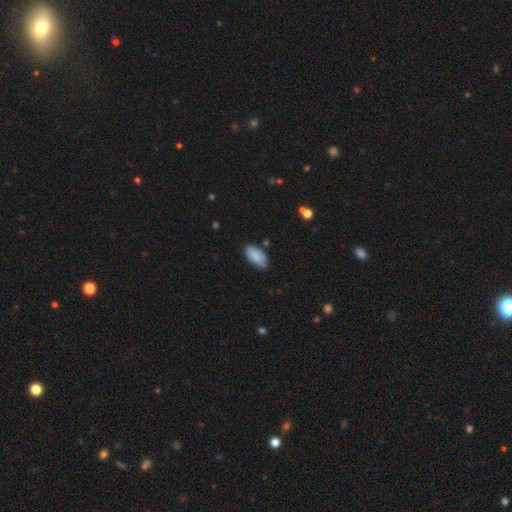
smooth-or-featured: smooth: 78% | featured or disk: 14% | star or artifact: 8%
  how-rounded: in between: 93% | cigar-shaped: 7% | round: 0%
  merging: none: 79% | minor disturbance: 12% | merger: 9% | major disturbance: 0%